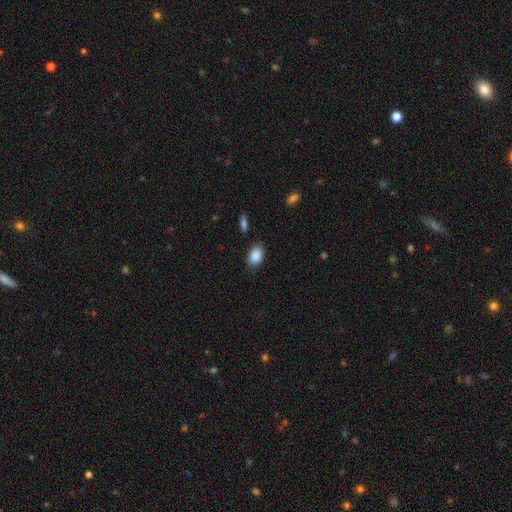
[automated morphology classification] Smooth or featured? Predicted: smooth (p=0.87). How rounded? Predicted: in between (p=0.86). Merging? Predicted: none (p=0.86).